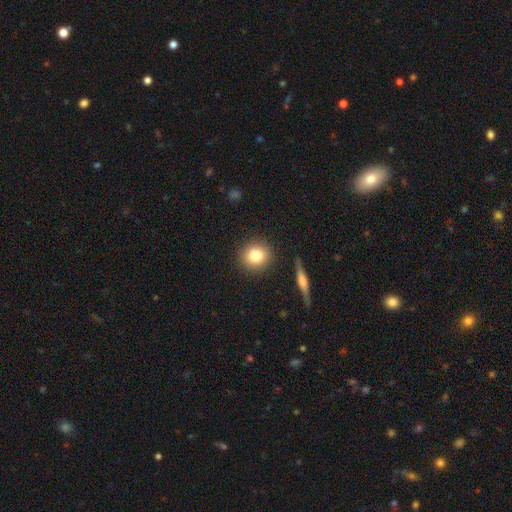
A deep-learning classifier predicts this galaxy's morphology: Smooth or featured? Predicted: smooth (p=0.81). How rounded? Predicted: round (p=0.87). Merging? Predicted: none (p=0.87).